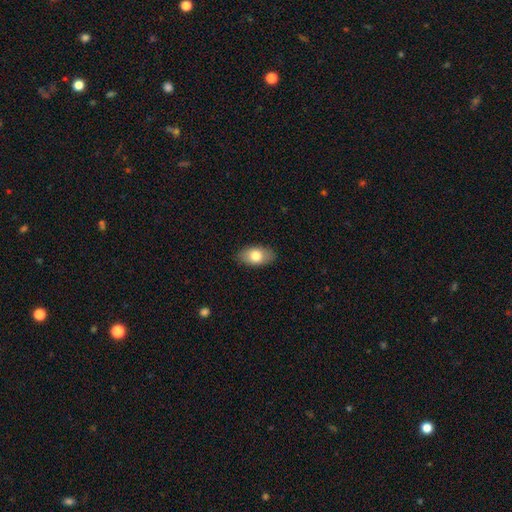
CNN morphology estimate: Q: Smooth or featured?
A: smooth (77%); runner-up: featured or disk (16%)
Q: How rounded?
A: in between (91%); runner-up: round (7%)
Q: Merging?
A: none (87%); runner-up: minor disturbance (10%)